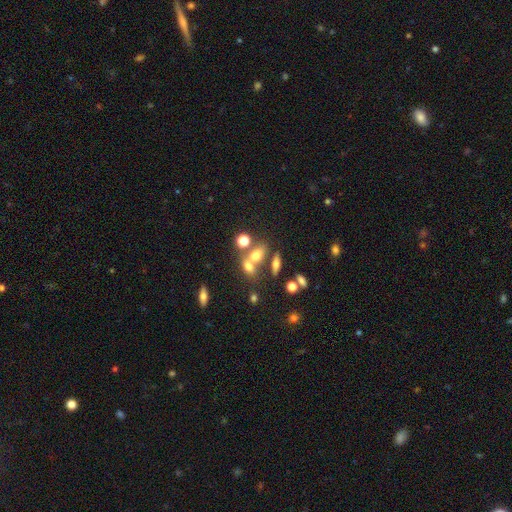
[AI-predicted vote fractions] Morphology: type=smooth (63%); roundness=in between (62%); merging=merger (45%).